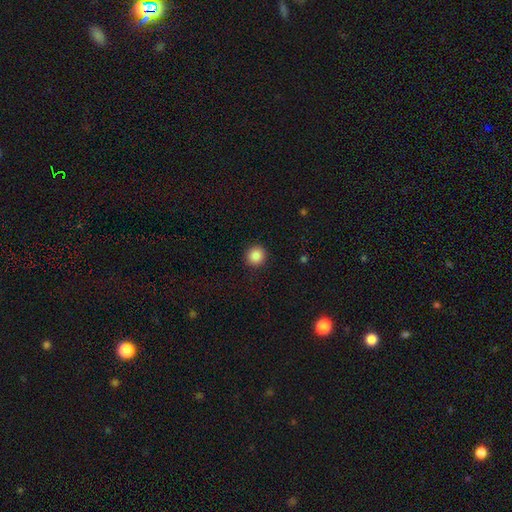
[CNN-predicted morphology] The model was most divided on "smooth or featured": smooth: 88%, star or artifact: 9%, featured or disk: 3%. More confident: merging — none (92%); how rounded — round (91%).